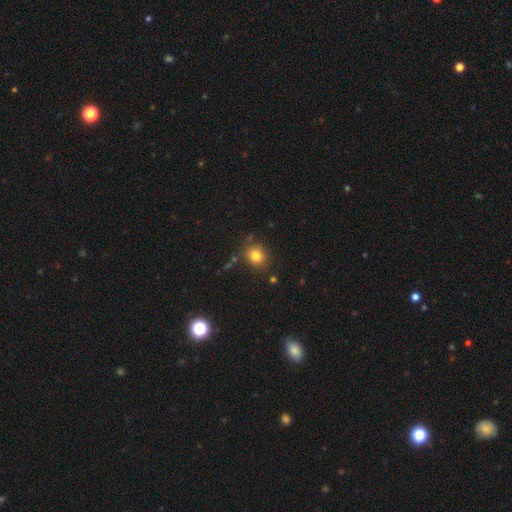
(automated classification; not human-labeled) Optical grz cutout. It shows a smooth galaxy with no disk features (81%) that is round (76%). Merging: none (79%).